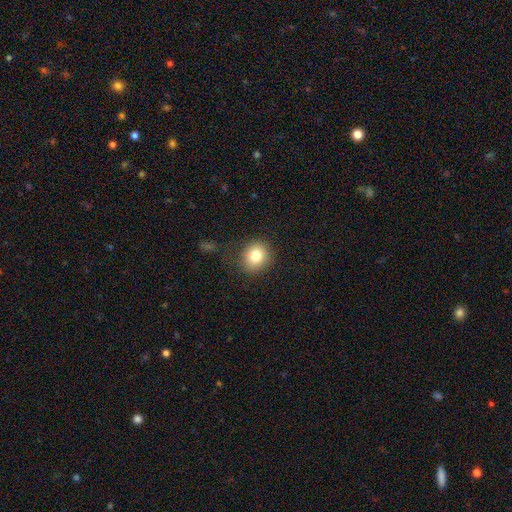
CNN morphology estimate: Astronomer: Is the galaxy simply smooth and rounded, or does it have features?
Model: smooth — 80%.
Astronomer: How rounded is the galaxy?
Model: round — 79%.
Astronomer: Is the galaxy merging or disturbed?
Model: none — 84%.